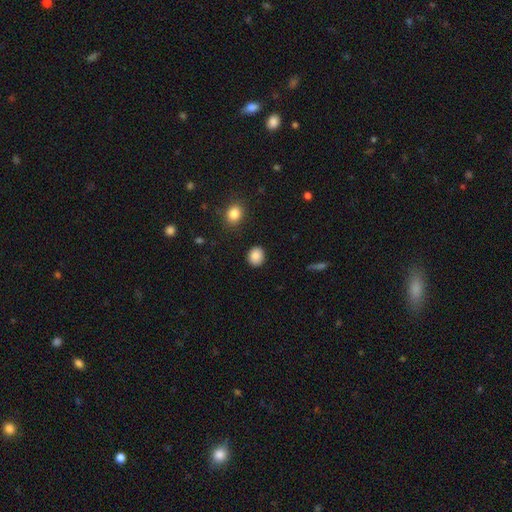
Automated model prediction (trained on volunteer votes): Q: Smooth or featured?
A: smooth (87%); runner-up: star or artifact (9%)
Q: How rounded?
A: round (66%); runner-up: in between (33%)
Q: Merging?
A: none (89%); runner-up: minor disturbance (7%)